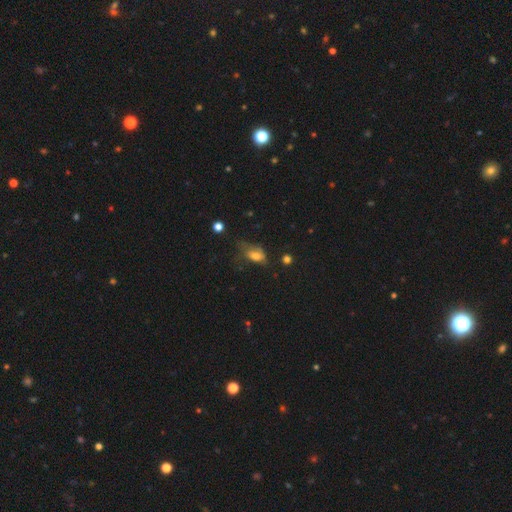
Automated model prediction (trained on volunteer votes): Morphology: type=smooth (68%); roundness=in between (82%); merging=major disturbance (35%).